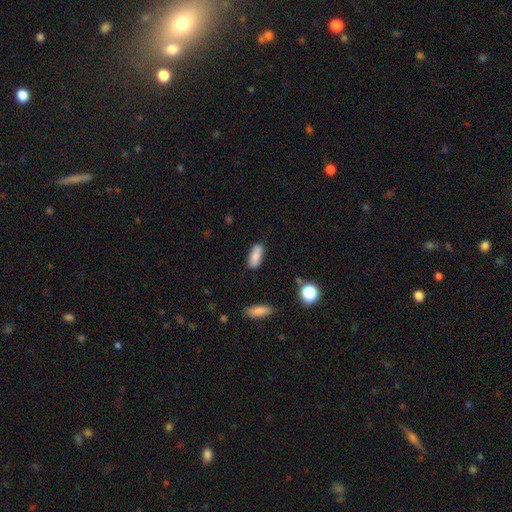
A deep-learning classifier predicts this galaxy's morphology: smooth 86%, star or artifact 8%, featured or disk 7%. Down the decision tree: how rounded — in between (74%); merging — none (84%).